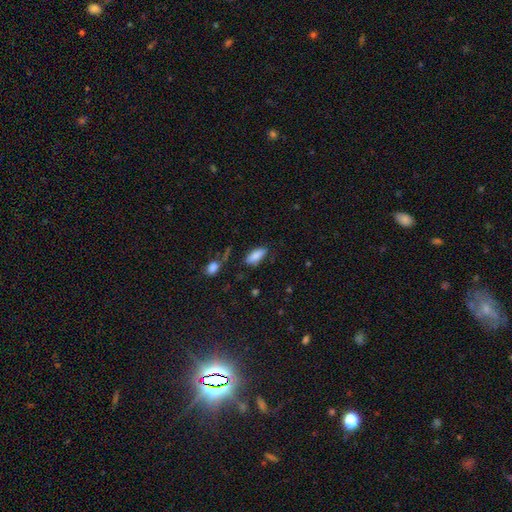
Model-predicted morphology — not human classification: This appears to be a smooth galaxy with no disk features (84%) that is in between round and cigar-shaped (79%). Merging: none (74%).